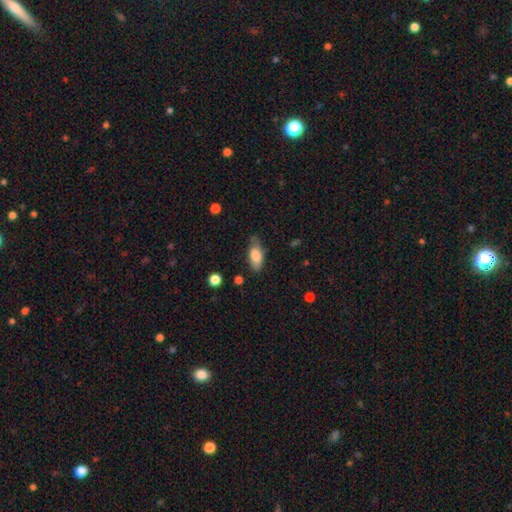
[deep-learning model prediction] This appears to be a smooth galaxy with no disk features (78%) that is in between round and cigar-shaped (85%). Merging: none (64%).